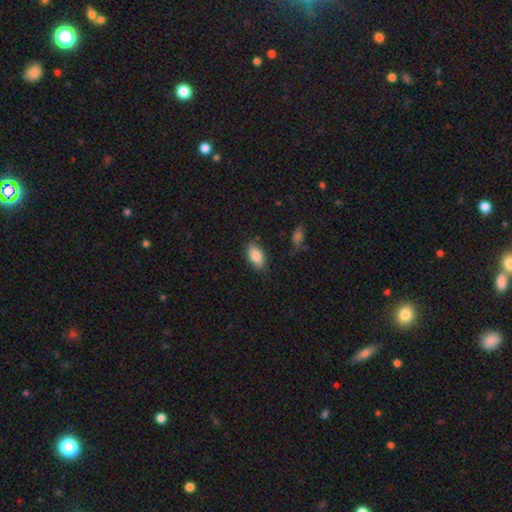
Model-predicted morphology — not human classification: smooth 85%, featured or disk 8%, star or artifact 7%. Down the decision tree: how rounded — in between (92%); merging — none (81%).